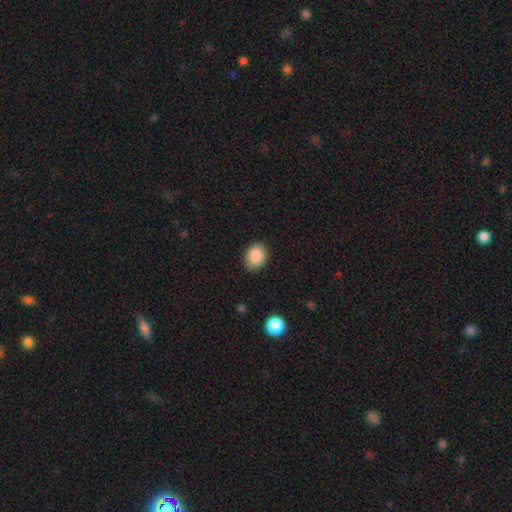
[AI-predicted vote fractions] Morphology: type=smooth (88%); roundness=in between (64%); merging=none (85%).